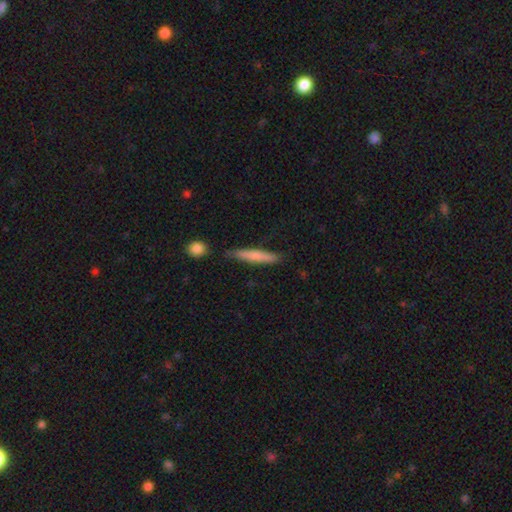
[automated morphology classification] type=smooth (70%); roundness=cigar-shaped (93%); merging=none (79%).